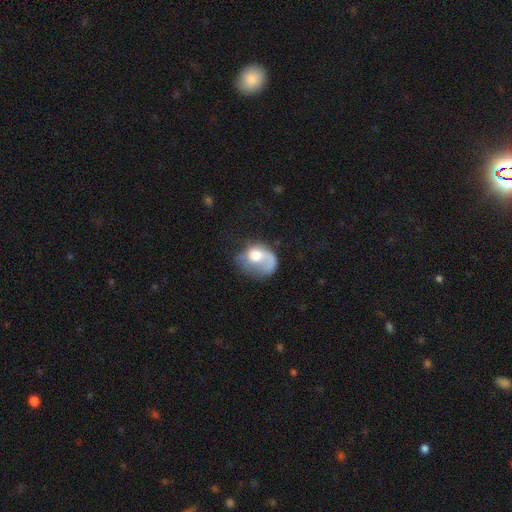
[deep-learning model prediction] Smooth or featured?
  - smooth: 47% *
  - featured or disk: 45%
  - star or artifact: 7%
Merging?
  - major disturbance: 45% *
  - none: 28%
  - minor disturbance: 22%
  - merger: 5%